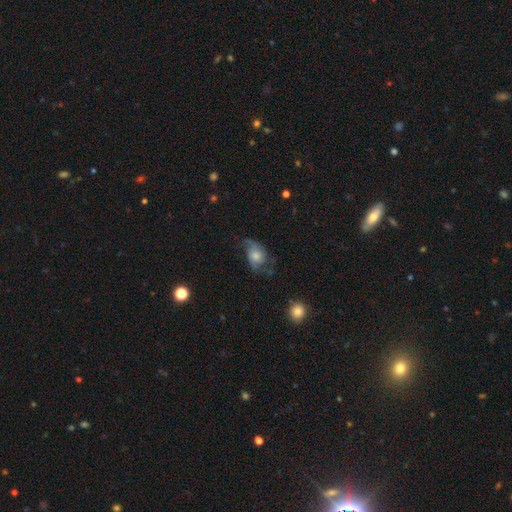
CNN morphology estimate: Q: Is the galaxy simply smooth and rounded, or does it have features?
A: featured or disk — 60%.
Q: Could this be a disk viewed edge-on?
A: no — 96%.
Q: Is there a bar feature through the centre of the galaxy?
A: no — 77%.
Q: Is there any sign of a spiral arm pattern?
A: yes — 86%.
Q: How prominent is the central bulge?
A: moderate — 46%.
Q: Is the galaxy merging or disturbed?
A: none — 47%.